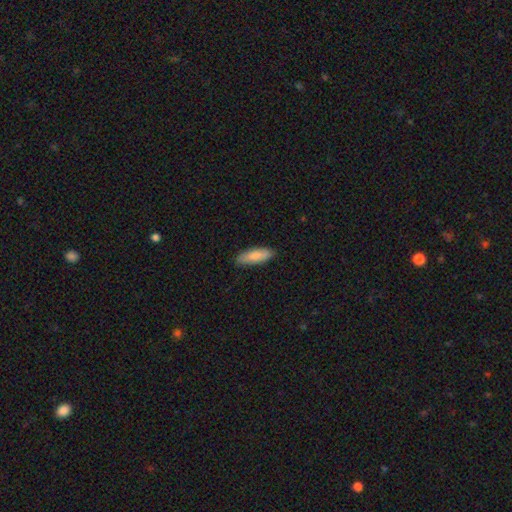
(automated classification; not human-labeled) smooth_or_featured: smooth (p=0.84) [alt: featured or disk p=0.11]
how_rounded: in between (p=0.55) [alt: cigar-shaped p=0.44]
merging: none (p=0.86) [alt: minor disturbance p=0.11]